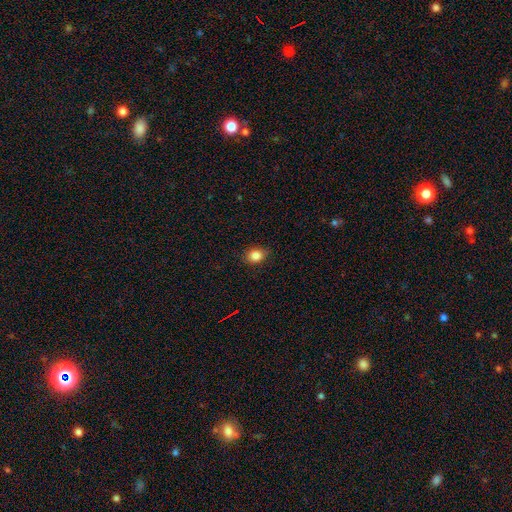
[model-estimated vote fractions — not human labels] Q: Smooth or featured?
A: smooth (85%); runner-up: star or artifact (10%)
Q: How rounded?
A: round (56%); runner-up: in between (43%)
Q: Merging?
A: none (87%); runner-up: minor disturbance (10%)